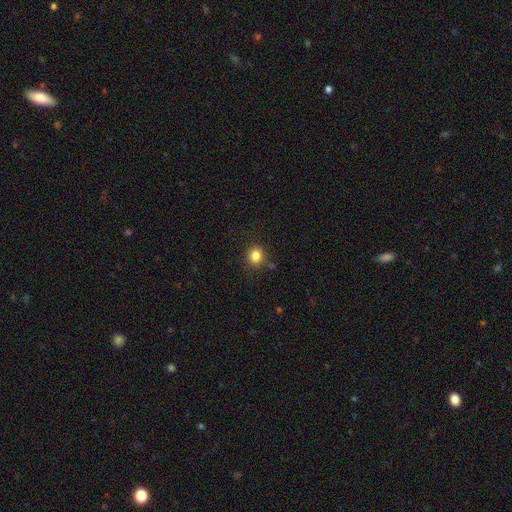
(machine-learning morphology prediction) type=smooth (84%); roundness=round (79%); merging=none (84%).